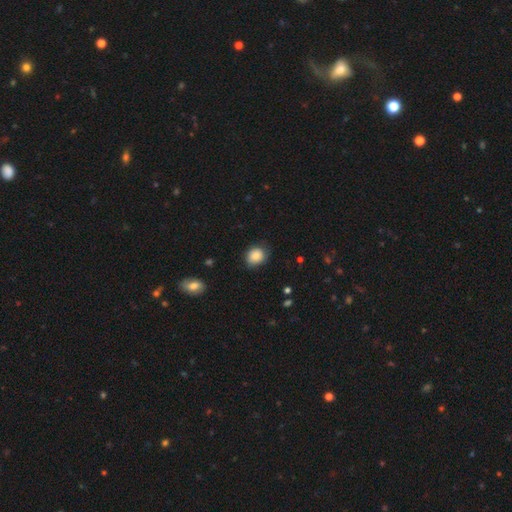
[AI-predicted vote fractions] Smooth or featured: smooth — 85% (star or artifact — 9%)
How rounded: round — 61% (in between — 38%)
Merging: none — 74% (minor disturbance — 20%)